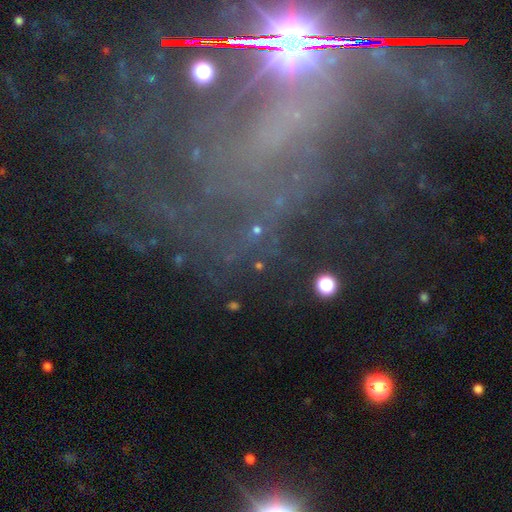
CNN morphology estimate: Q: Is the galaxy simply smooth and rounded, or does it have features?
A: star or artifact — 48%.